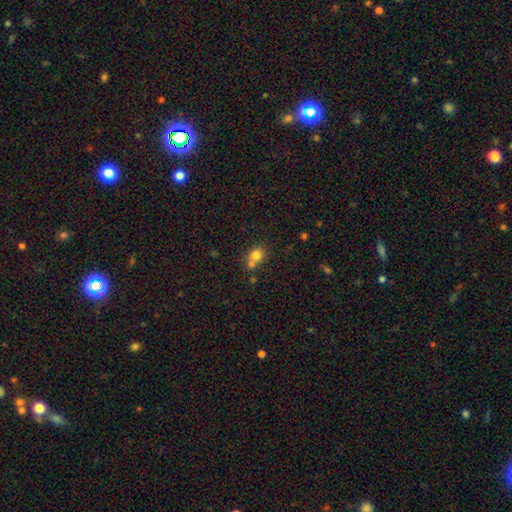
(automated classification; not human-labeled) Q: Smooth or featured?
A: smooth (78%); runner-up: star or artifact (13%)
Q: How rounded?
A: round (72%); runner-up: in between (27%)
Q: Merging?
A: none (49%); runner-up: merger (39%)